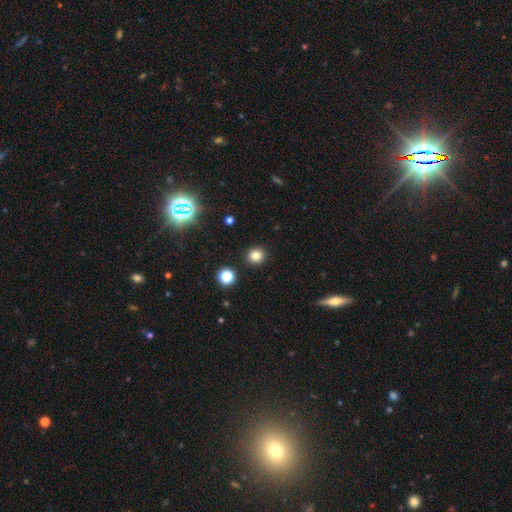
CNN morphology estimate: smooth-or-featured: smooth: 80% | star or artifact: 14% | featured or disk: 6%
  how-rounded: round: 87% | in between: 12% | cigar-shaped: 1%
  merging: none: 91% | minor disturbance: 5% | major disturbance: 2% | merger: 2%